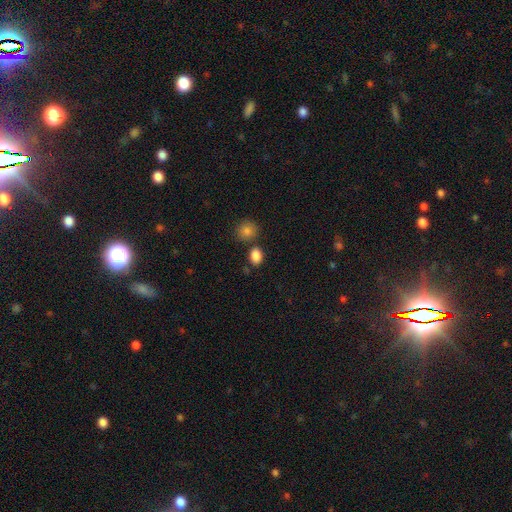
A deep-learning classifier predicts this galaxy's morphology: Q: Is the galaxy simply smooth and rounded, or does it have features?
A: smooth — 86%.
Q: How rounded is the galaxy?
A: in between — 65%.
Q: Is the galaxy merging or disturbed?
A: none — 74%.